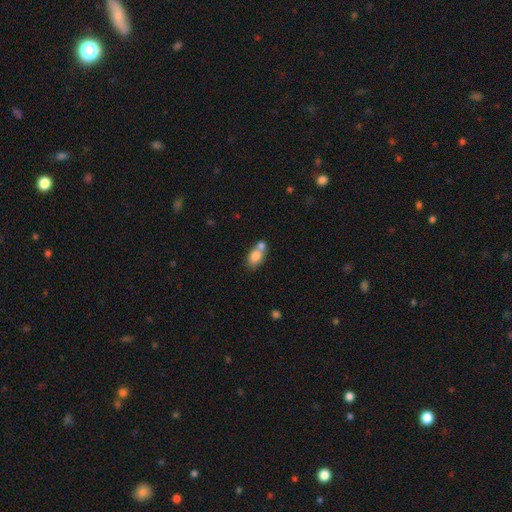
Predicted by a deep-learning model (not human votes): This appears to be a smooth galaxy with no disk features (79%) that is in between round and cigar-shaped (80%). Merging: merger (50%).